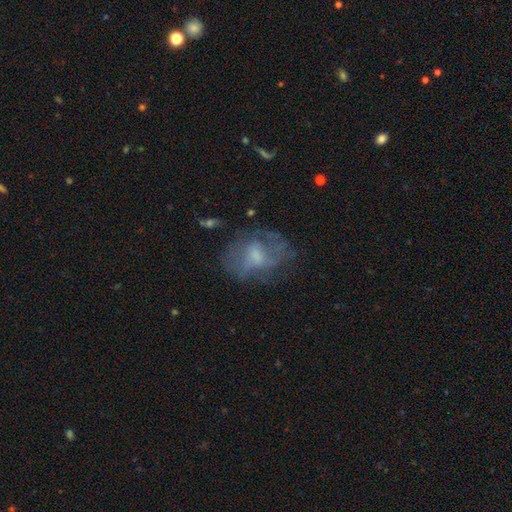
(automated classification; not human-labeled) smooth-or-featured: featured or disk: 52% | smooth: 36% | star or artifact: 12%
  disk-edge-on: no: 95% | yes: 5%
  merging: none: 56% | minor disturbance: 22% | major disturbance: 20% | merger: 3%